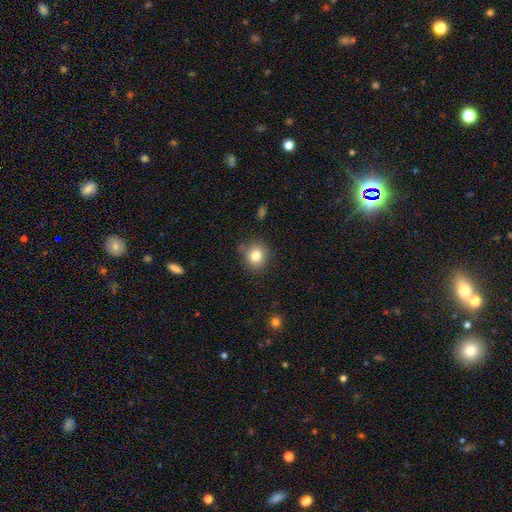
This is clearly a smooth galaxy (85%). How rounded: clearly round (94%). Merging: clearly none (84%).